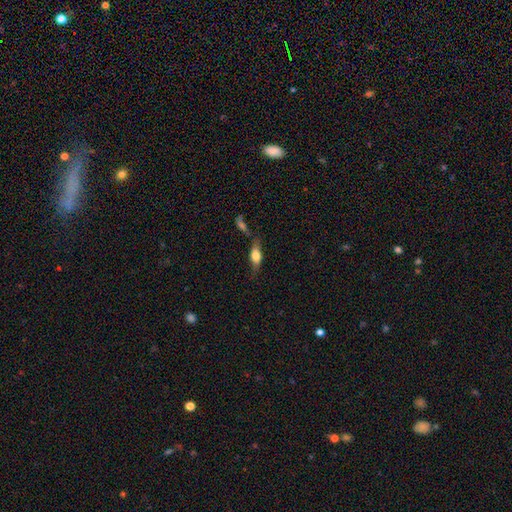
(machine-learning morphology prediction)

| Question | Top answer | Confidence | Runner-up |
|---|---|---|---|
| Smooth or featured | smooth | 60% | featured or disk (32%) |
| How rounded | in between | 70% | cigar-shaped (25%) |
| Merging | none | 55% | minor disturbance (20%) |